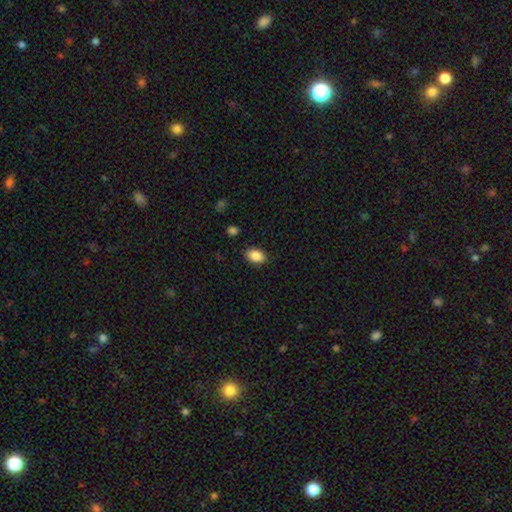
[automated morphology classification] Overall: smooth (88%). How rounded: in between (82%). Merging: none (86%).